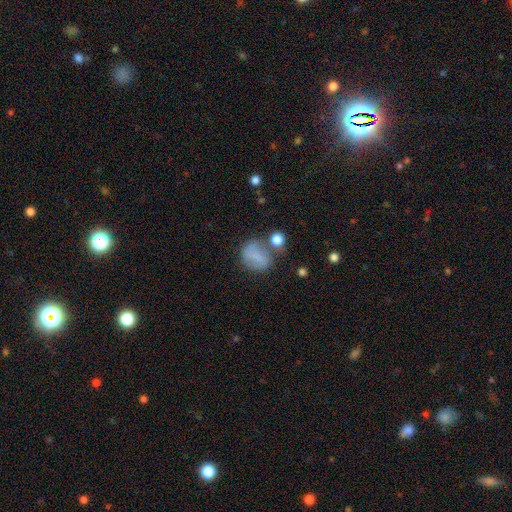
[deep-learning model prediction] This is likely a smooth galaxy (70%). How rounded: likely round (64%). Merging: possibly none (55%).